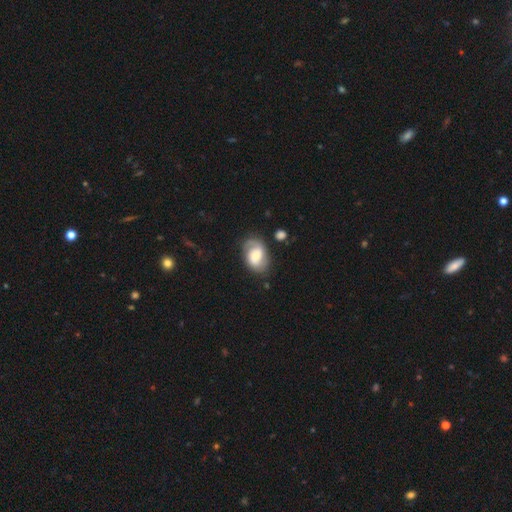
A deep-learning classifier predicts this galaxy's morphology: Smooth or featured? featured or disk (63%)
Edge-on disk? no (97%)
Bar? no (47%)
Spiral arms? yes (90%)
Spiral winding? medium (42%)
Spiral arm count? 2 (69%)
Bulge size? moderate (49%)
Merging? none (67%)